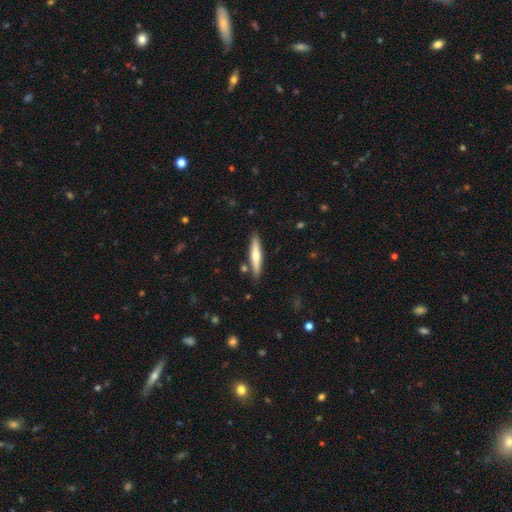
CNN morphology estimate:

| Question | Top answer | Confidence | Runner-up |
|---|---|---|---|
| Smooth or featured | smooth | 53% | featured or disk (41%) |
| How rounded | cigar-shaped | 89% | in between (10%) |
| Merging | none | 85% | minor disturbance (10%) |